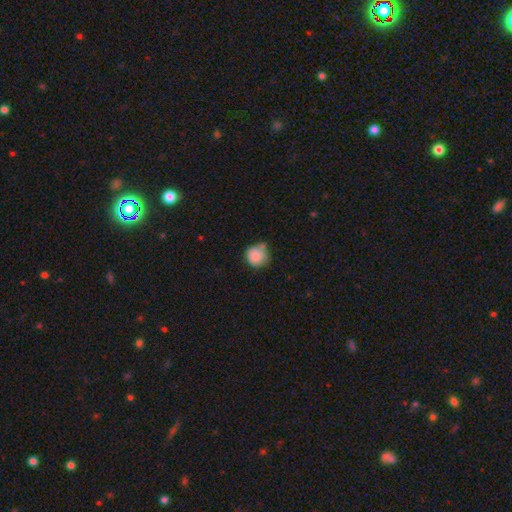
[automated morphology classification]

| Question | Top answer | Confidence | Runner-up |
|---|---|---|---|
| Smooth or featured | smooth | 85% | star or artifact (8%) |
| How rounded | round | 90% | in between (9%) |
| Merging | none | 58% | minor disturbance (23%) |